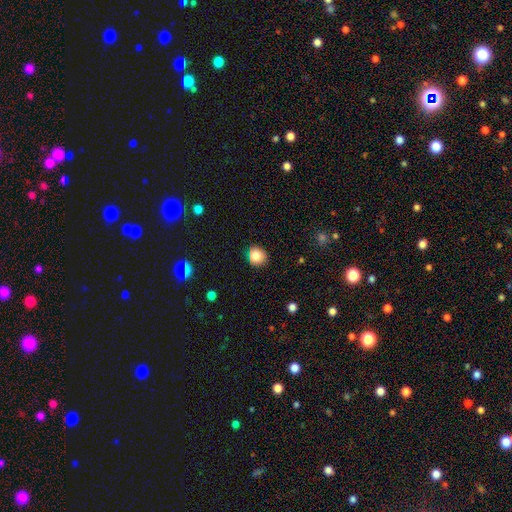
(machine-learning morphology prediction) smooth-or-featured: smooth: 83% | star or artifact: 10% | featured or disk: 6%
  how-rounded: round: 86% | in between: 13% | cigar-shaped: 1%
  merging: none: 86% | minor disturbance: 10% | major disturbance: 2% | merger: 1%